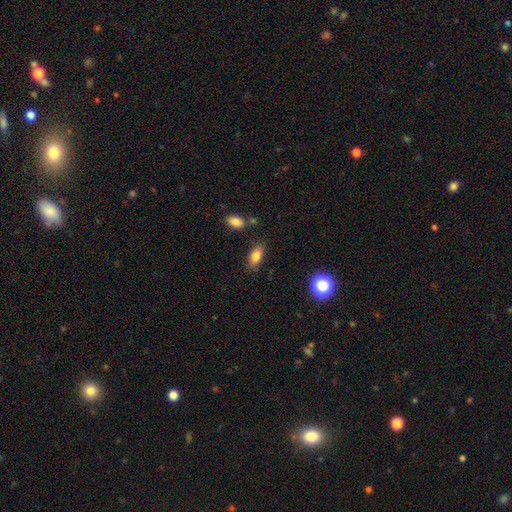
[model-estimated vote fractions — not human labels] A smooth galaxy with no disk features (81%) that is in between round and cigar-shaped (86%).

Vote fractions:
- Smooth or featured? smooth: 81% / featured or disk: 10% / star or artifact: 9%
- How rounded? in between: 86% / cigar-shaped: 8% / round: 5%
- Merging? none: 81% / minor disturbance: 13% / merger: 3% / major disturbance: 3%